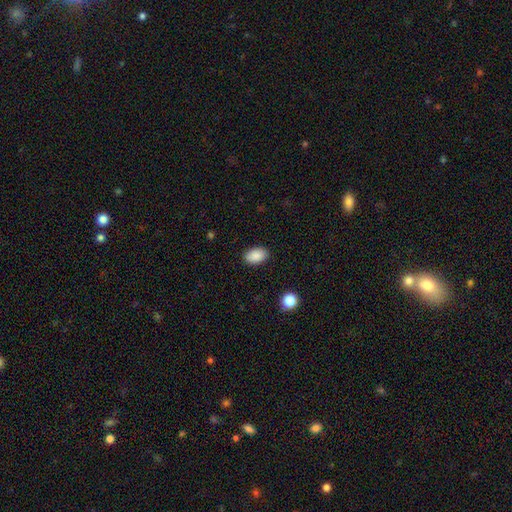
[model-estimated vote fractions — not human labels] Smooth or featured? smooth (89%)
How rounded? in between (91%)
Merging? none (88%)